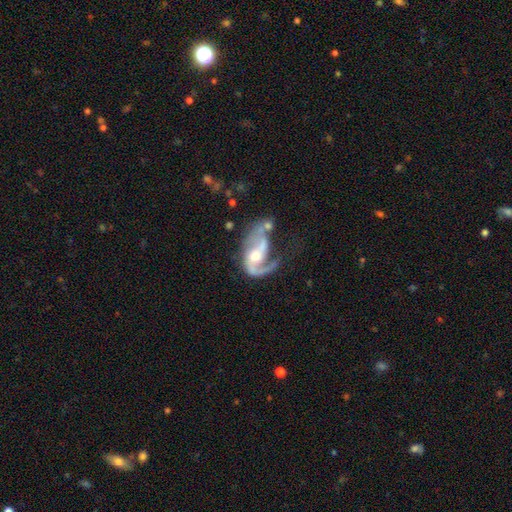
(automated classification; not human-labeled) This appears to be a featured or disk galaxy (85%) with no bar (45%), 2 (64%) loose (46%) spiral arms (92%) and a moderate central bulge (63%). Merging: major disturbance (34%).